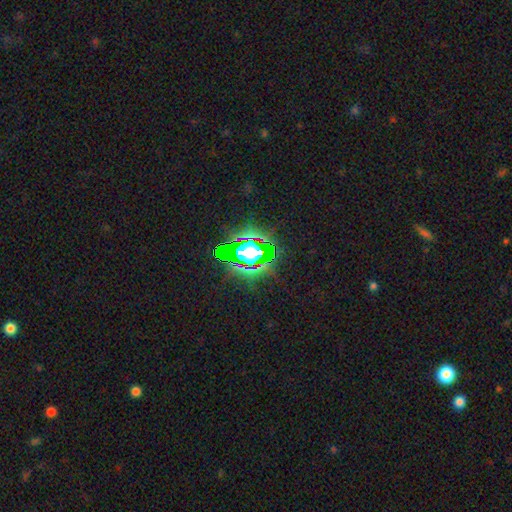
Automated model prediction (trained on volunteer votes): smooth_or_featured: star or artifact (p=0.72) [alt: smooth p=0.14]